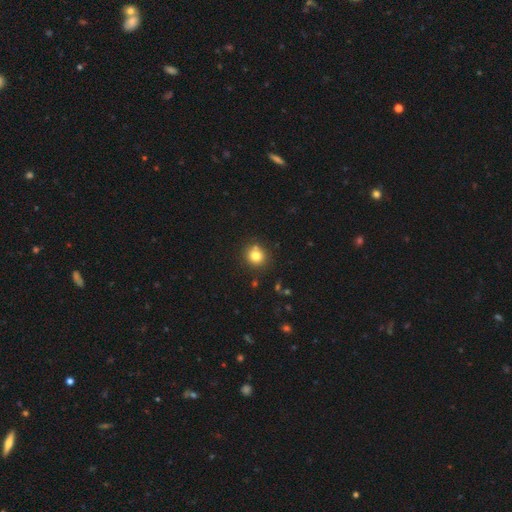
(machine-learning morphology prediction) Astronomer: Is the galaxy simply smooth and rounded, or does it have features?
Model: smooth — 79%.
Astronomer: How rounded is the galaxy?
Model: round — 89%.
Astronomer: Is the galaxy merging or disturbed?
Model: none — 78%.